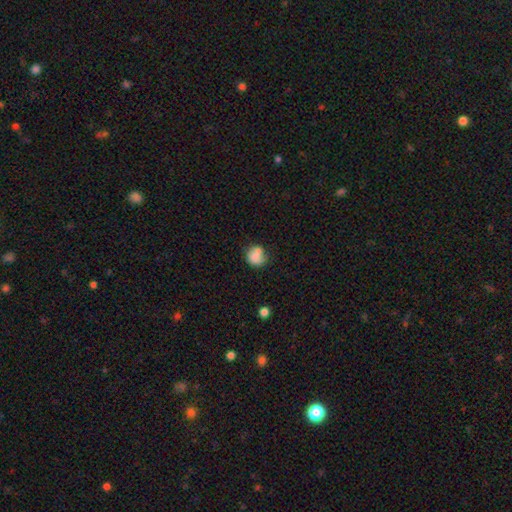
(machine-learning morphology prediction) A smooth galaxy with no disk features (75%) that is round (74%). Merging: none (48%).